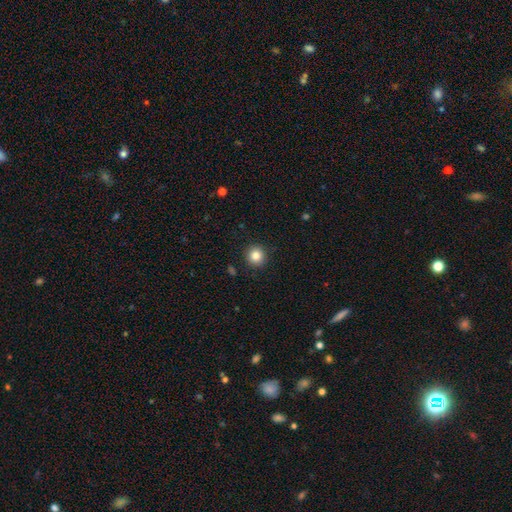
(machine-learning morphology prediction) Q: Smooth or featured?
A: smooth (84%); runner-up: star or artifact (10%)
Q: How rounded?
A: round (94%); runner-up: in between (5%)
Q: Merging?
A: none (92%); runner-up: minor disturbance (5%)